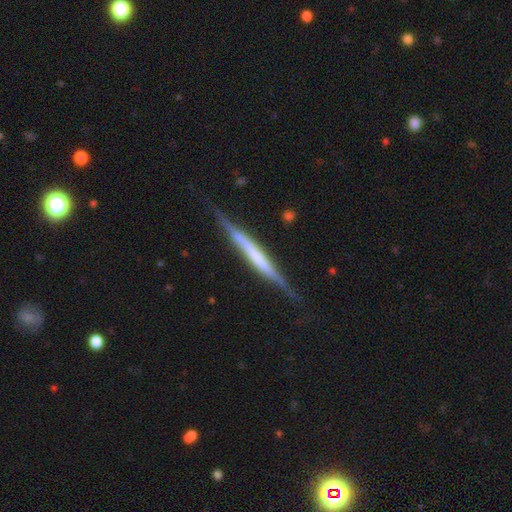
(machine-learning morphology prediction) type=featured or disk (66%); edge-on=yes (96%); edge-on bulge=none (64%); merging=none (77%).